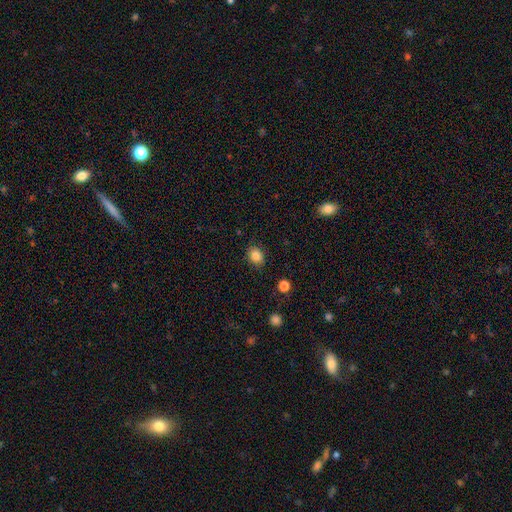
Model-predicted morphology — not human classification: smooth_or_featured: smooth (p=0.84) [alt: star or artifact p=0.10]
how_rounded: round (p=0.55) [alt: in between p=0.44]
merging: none (p=0.84) [alt: minor disturbance p=0.12]